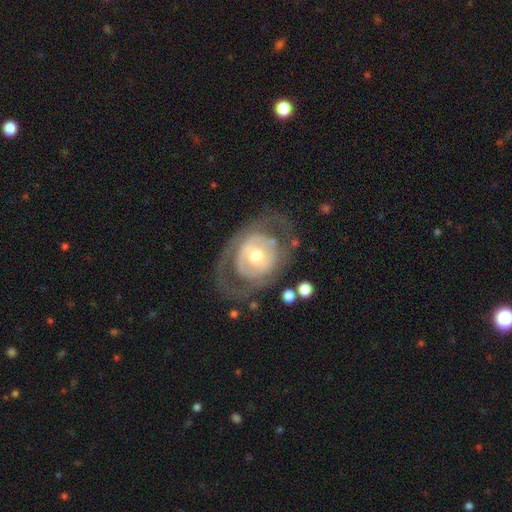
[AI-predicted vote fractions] Smooth or featured: featured or disk — 69% (smooth — 26%)
Edge-on disk: no — 94% (yes — 6%)
Bar: no — 65% (weak — 25%)
Spiral arms: no — 62% (yes — 38%)
Bulge size: moderate — 64% (small — 26%)
Merging: none — 64% (minor disturbance — 17%)